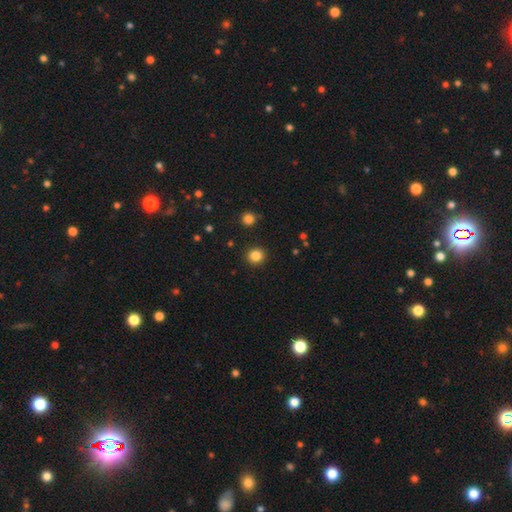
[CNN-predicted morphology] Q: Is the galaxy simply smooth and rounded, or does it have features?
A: smooth — 85%.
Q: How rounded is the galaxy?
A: round — 89%.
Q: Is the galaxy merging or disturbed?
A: none — 91%.